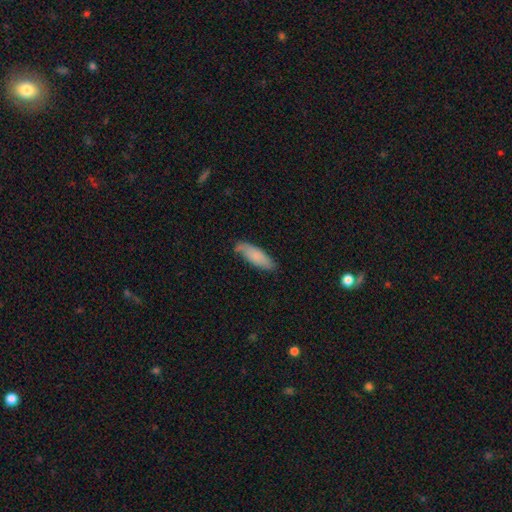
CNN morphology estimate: A smooth galaxy with no disk features (78%) that is in between round and cigar-shaped (57%). Merging: none (68%).